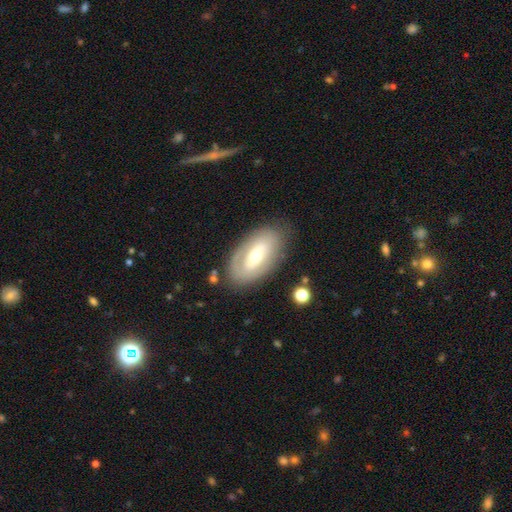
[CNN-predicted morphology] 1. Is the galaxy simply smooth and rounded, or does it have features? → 58% featured or disk, 36% smooth, 6% star or artifact.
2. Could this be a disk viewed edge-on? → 89% no, 11% yes.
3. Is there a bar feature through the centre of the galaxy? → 46% no, 33% weak, 21% strong.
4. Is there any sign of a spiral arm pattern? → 56% no, 44% yes.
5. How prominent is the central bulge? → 58% moderate, 34% small, 6% large, 1% dominant, 1% none.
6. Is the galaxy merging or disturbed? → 77% none, 15% minor disturbance, 6% major disturbance, 2% merger.